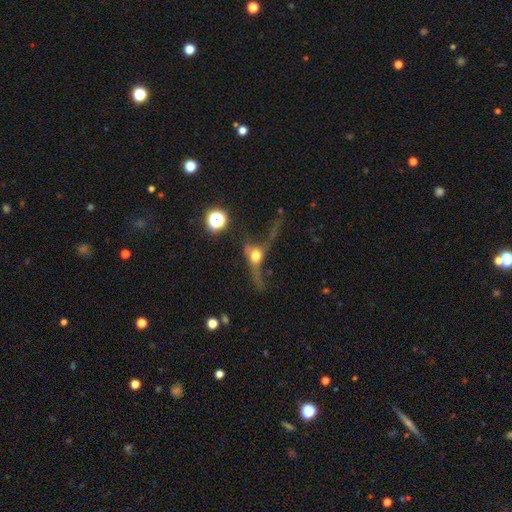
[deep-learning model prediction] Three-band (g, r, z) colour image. It shows a featured or disk galaxy (47%). Merging: major disturbance (52%).